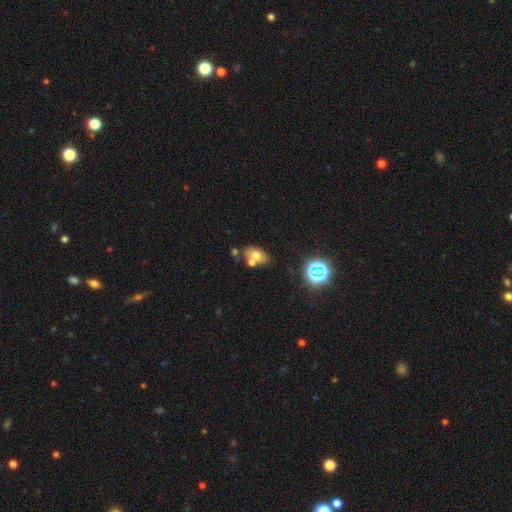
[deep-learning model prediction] smooth-or-featured: smooth: 64% | featured or disk: 19% | star or artifact: 17%
  how-rounded: in between: 85% | round: 12% | cigar-shaped: 2%
  merging: none: 53% | merger: 29% | minor disturbance: 14% | major disturbance: 5%